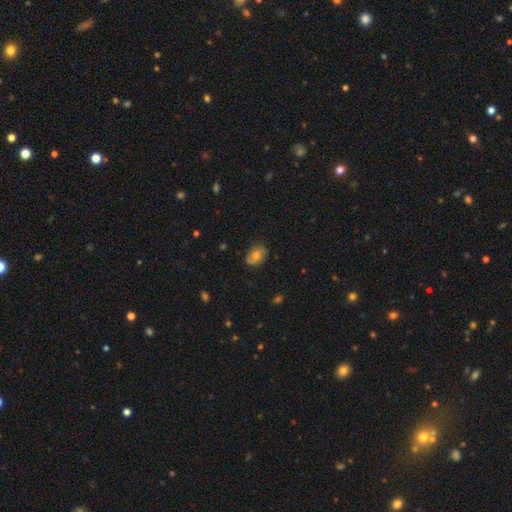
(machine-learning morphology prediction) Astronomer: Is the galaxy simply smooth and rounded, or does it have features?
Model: smooth — 64%.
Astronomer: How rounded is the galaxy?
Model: in between — 70%.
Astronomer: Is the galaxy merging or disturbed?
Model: none — 80%.